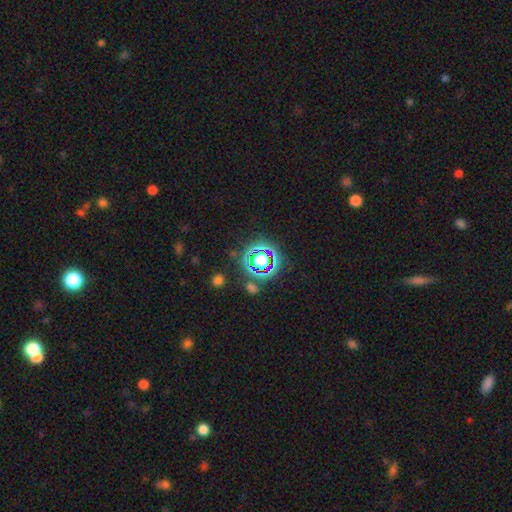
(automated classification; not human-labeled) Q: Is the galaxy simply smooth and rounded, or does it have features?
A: star or artifact — 76%.